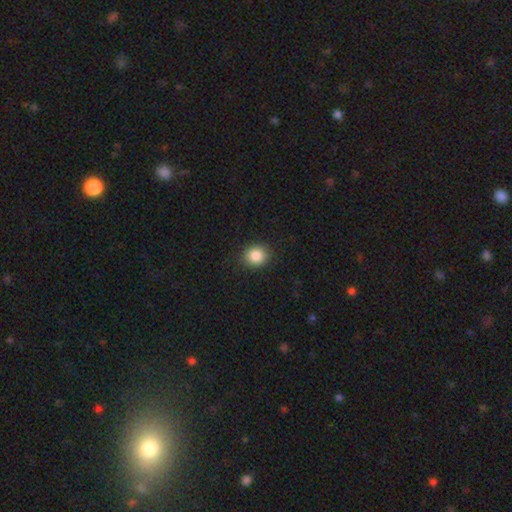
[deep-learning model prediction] The model was most divided on "how rounded": round: 75%, in between: 24%, cigar-shaped: 1%. More confident: merging — none (89%); smooth or featured — smooth (86%).